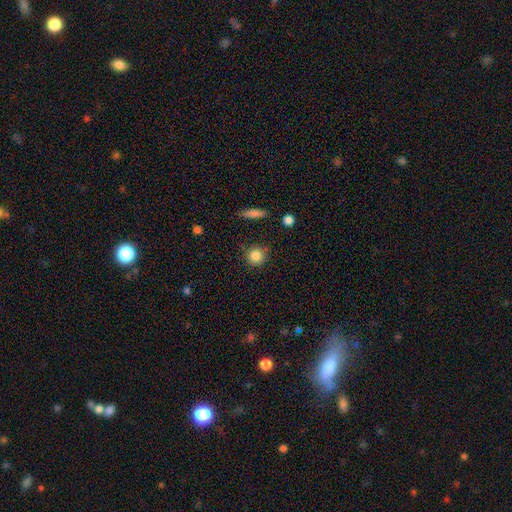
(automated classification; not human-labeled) A smooth galaxy with no disk features (85%) that is round (91%). Merging: none (83%).